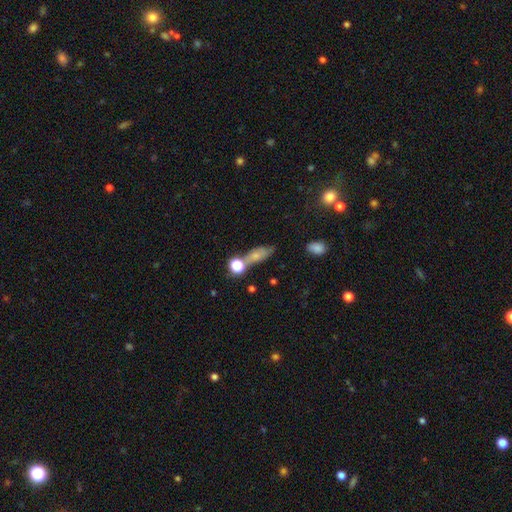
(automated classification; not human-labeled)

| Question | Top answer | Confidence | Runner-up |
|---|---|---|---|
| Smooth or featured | smooth | 62% | featured or disk (25%) |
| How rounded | in between | 55% | cigar-shaped (25%) |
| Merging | none | 46% | merger (23%) |